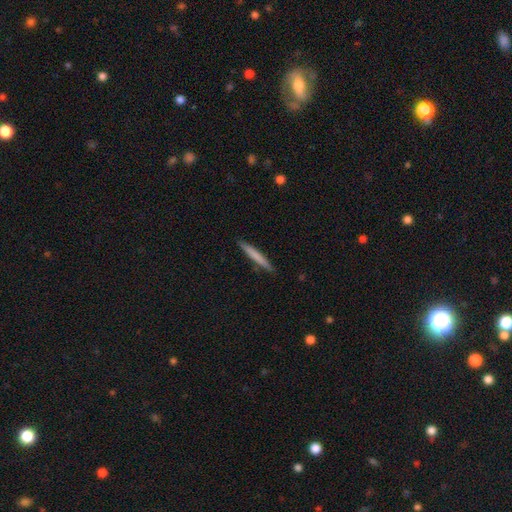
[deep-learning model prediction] smooth 72%, featured or disk 23%, star or artifact 5%. Down the decision tree: how rounded — cigar-shaped (96%); merging — none (90%).